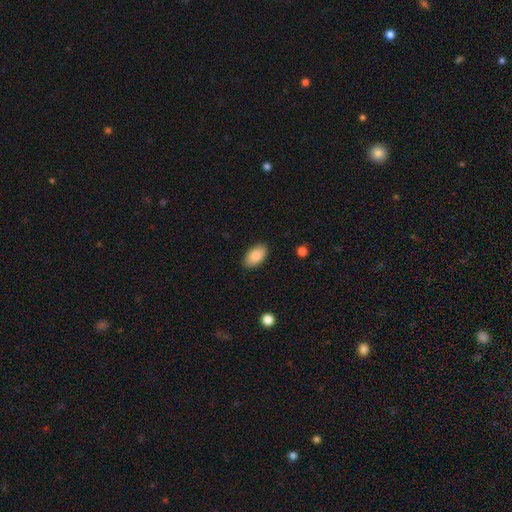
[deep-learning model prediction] Morphology: type=smooth (87%); roundness=in between (94%); merging=none (87%).